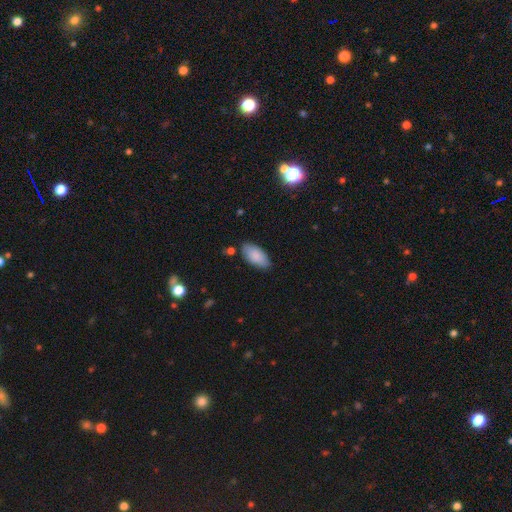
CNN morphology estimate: This appears to be a smooth galaxy with no disk features (87%) that is in between round and cigar-shaped (92%). Merging: none (78%).